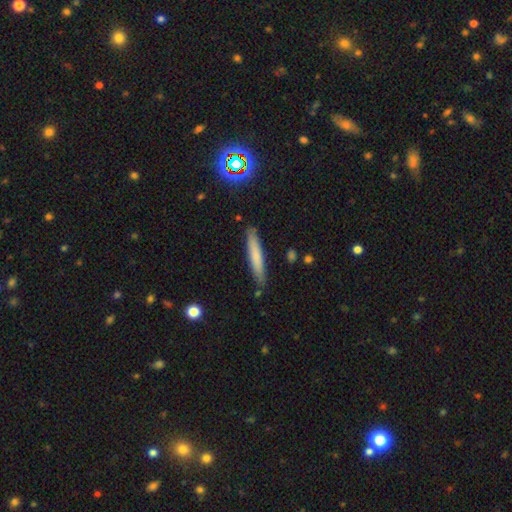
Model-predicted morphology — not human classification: A smooth galaxy with no disk features (71%) that is cigar-shaped (93%). Merging: none (86%).